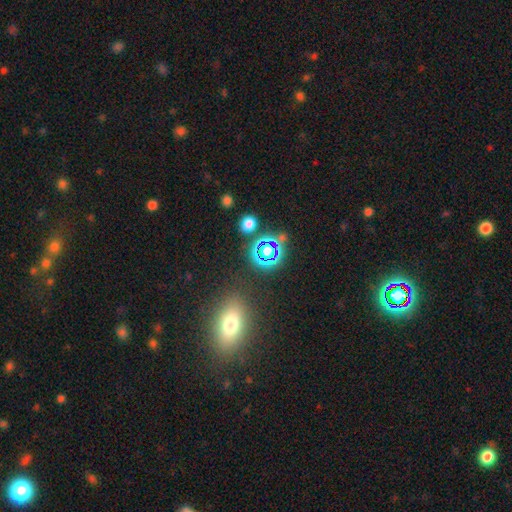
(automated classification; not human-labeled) This is possibly a star or artifact rather than a galaxy (59%).